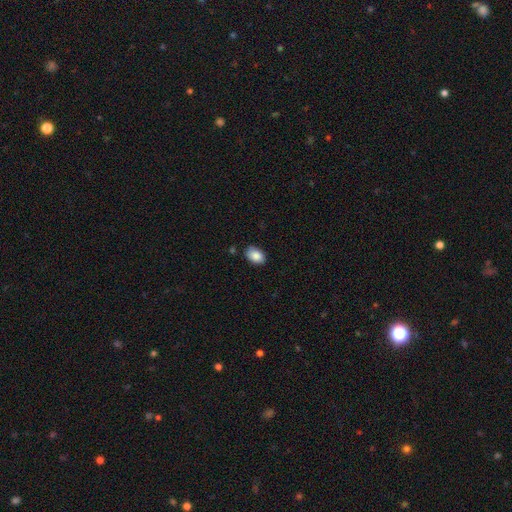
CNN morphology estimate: A smooth galaxy with no disk features (88%) that is in between round and cigar-shaped (87%). Merging: none (84%).